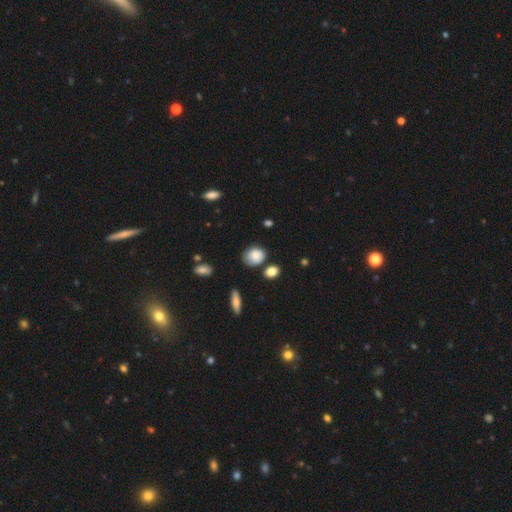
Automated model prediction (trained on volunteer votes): Smooth or featured? Predicted: smooth (p=0.80). How rounded? Predicted: round (p=0.55). Merging? Predicted: none (p=0.64).